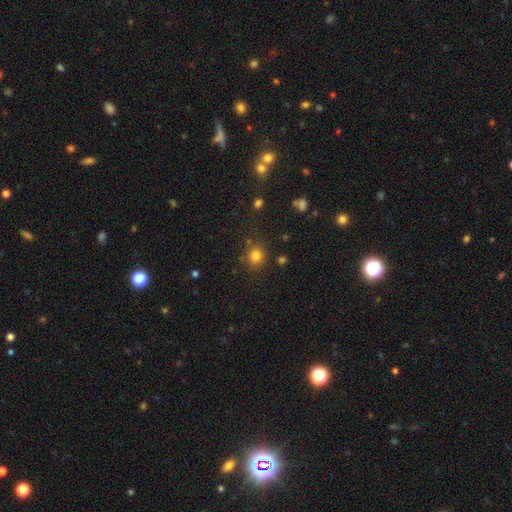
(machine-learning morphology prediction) This is clearly a smooth galaxy (80%). How rounded: clearly round (84%). Merging: clearly none (83%).